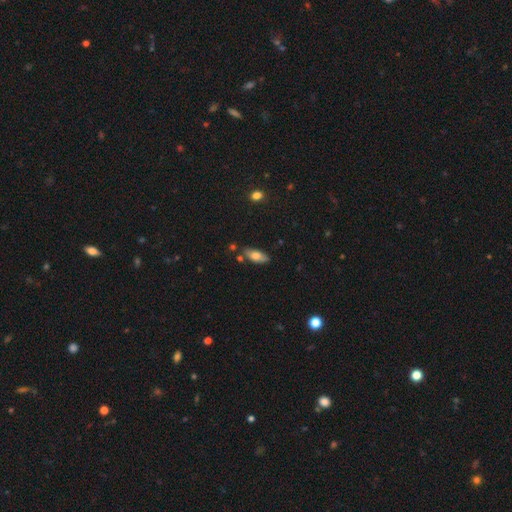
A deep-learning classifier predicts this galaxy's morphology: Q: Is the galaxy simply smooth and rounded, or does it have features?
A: smooth — 72%.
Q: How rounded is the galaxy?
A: in between — 82%.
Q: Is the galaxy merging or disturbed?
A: none — 74%.